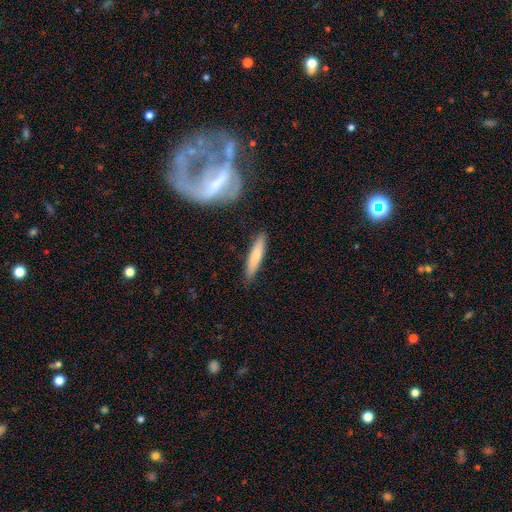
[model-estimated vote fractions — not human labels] Smooth or featured? Predicted: smooth (p=0.74). How rounded? Predicted: cigar-shaped (p=0.87). Merging? Predicted: none (p=0.86).